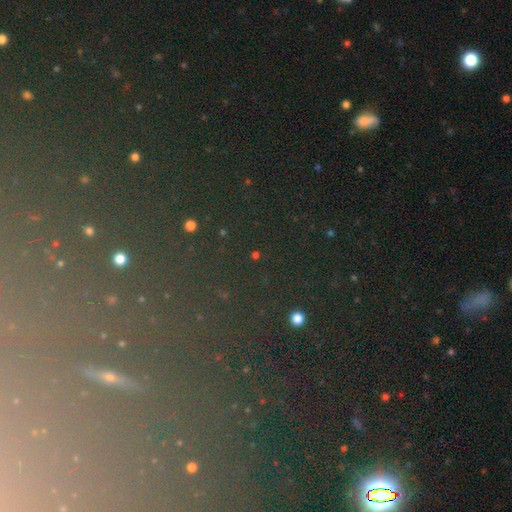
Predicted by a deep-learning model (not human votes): This is likely a star or artifact rather than a galaxy (71%).